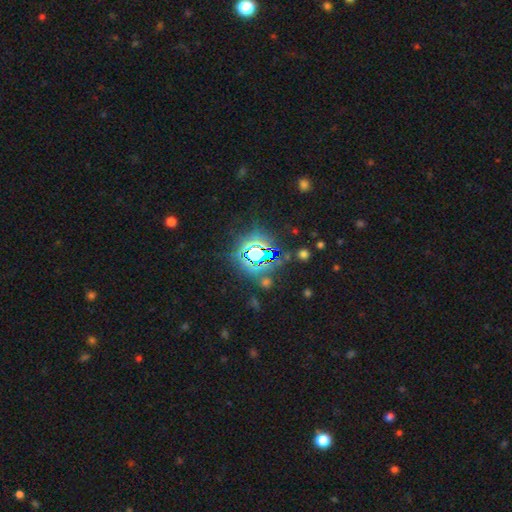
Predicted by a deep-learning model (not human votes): Smooth or featured? star or artifact (79%)